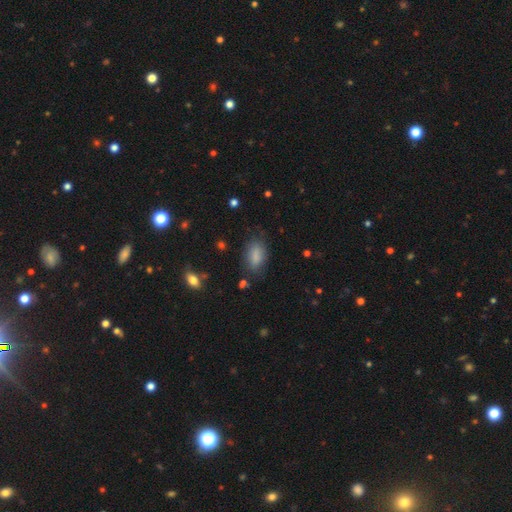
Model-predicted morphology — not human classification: A smooth galaxy with no disk features (84%) that is in between round and cigar-shaped (89%).

Vote fractions:
- Smooth or featured? smooth: 84% / star or artifact: 9% / featured or disk: 8%
- How rounded? in between: 89% / cigar-shaped: 6% / round: 5%
- Merging? none: 73% / minor disturbance: 18% / major disturbance: 6% / merger: 2%